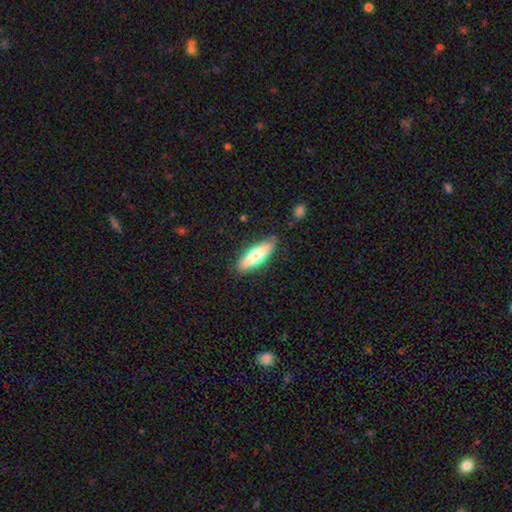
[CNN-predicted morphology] This appears to be a smooth galaxy with no disk features (55%) that is cigar-shaped (55%). Merging: none (85%).